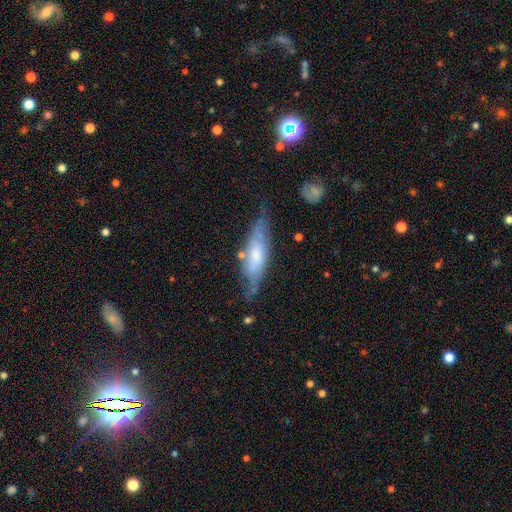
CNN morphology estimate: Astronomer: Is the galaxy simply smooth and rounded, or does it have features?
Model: featured or disk — 50% (runner-up: smooth, 43%).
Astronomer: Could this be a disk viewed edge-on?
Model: yes — 57% (runner-up: no, 43%).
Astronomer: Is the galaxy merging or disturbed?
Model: none — 57%.